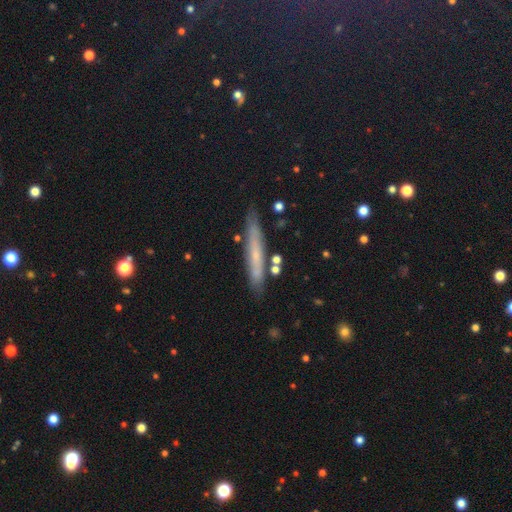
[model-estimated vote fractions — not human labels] Morphology: type=smooth (46%); merging=none (84%).